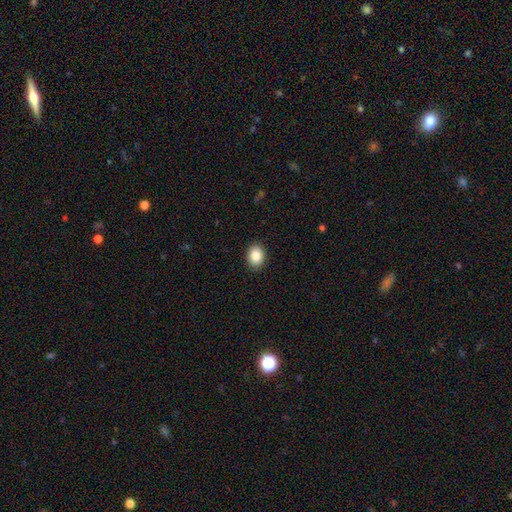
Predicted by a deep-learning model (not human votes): This is clearly a smooth galaxy (87%). How rounded: likely in between (64%). Merging: clearly none (91%).